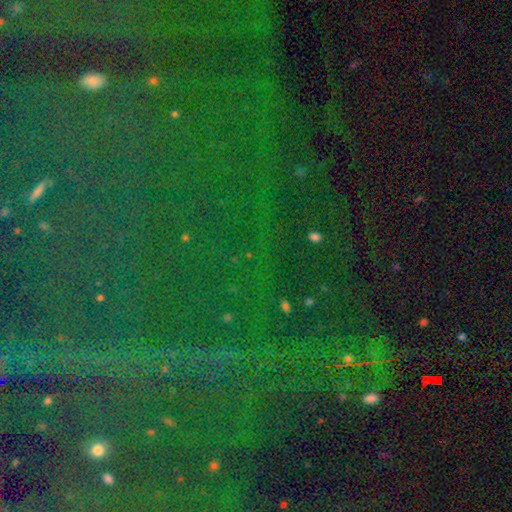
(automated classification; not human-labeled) A star or artifact, not a galaxy (86%).